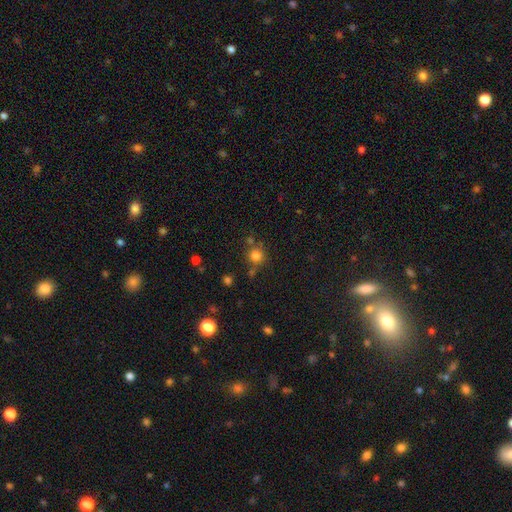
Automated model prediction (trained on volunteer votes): Q: Smooth or featured?
A: smooth (80%); runner-up: star or artifact (14%)
Q: How rounded?
A: round (91%); runner-up: in between (8%)
Q: Merging?
A: none (73%); runner-up: merger (12%)